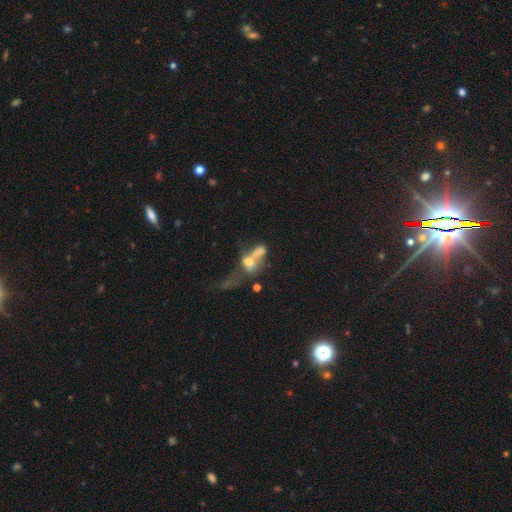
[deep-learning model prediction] smooth-or-featured: smooth: 44% | featured or disk: 40% | star or artifact: 16%
  merging: merger: 60% | major disturbance: 20% | none: 13% | minor disturbance: 7%